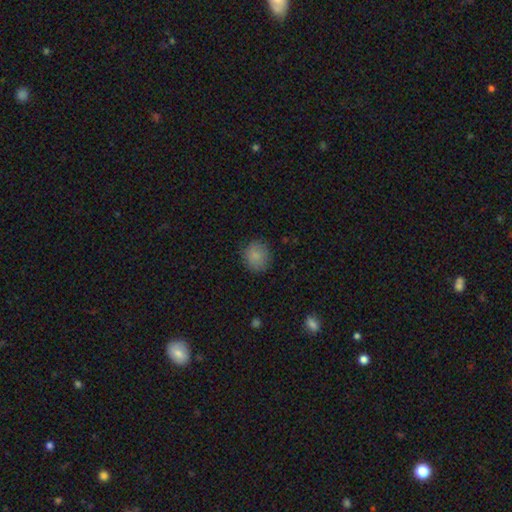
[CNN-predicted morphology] A smooth galaxy with no disk features (85%) that is round (84%). Merging: none (84%).